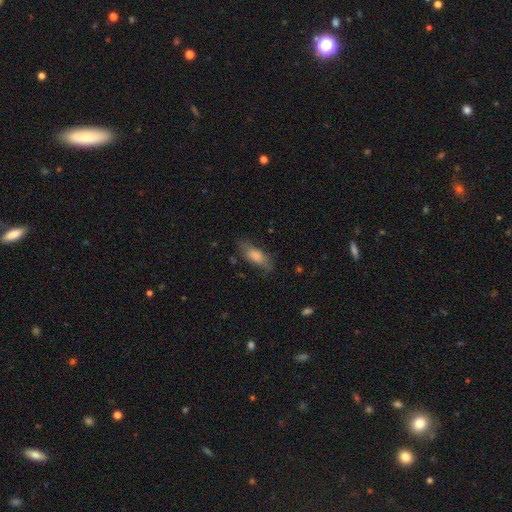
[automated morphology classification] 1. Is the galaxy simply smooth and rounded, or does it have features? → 77% smooth, 16% featured or disk, 7% star or artifact.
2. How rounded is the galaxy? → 69% in between, 29% cigar-shaped, 2% round.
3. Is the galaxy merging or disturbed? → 68% none, 22% minor disturbance, 8% major disturbance, 2% merger.